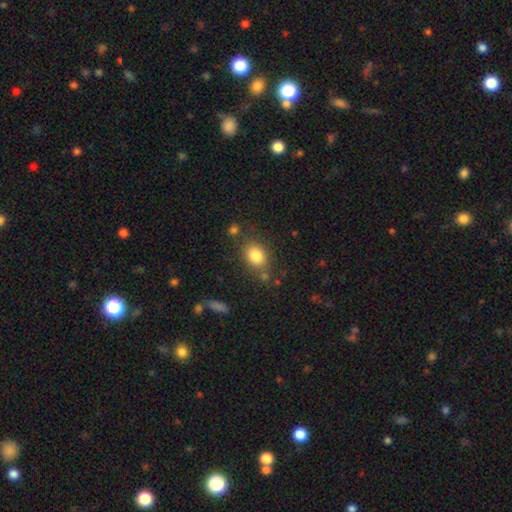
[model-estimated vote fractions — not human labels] Smooth or featured?
  - smooth: 82% *
  - star or artifact: 10%
  - featured or disk: 8%
How rounded?
  - in between: 59% *
  - round: 39%
  - cigar-shaped: 1%
Merging?
  - none: 74% *
  - minor disturbance: 14%
  - merger: 6%
  - major disturbance: 5%